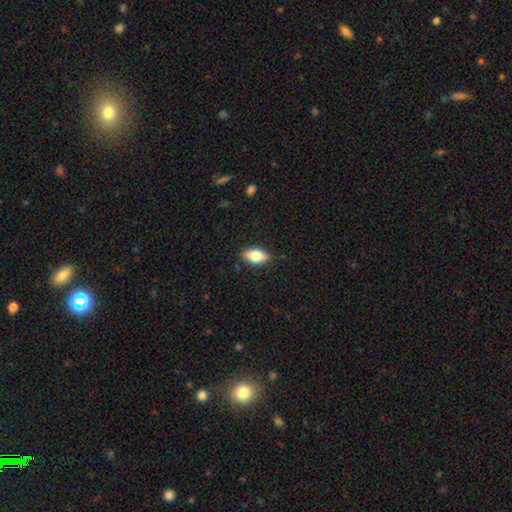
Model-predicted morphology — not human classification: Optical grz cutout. It shows a smooth galaxy with no disk features (75%) that is in between round and cigar-shaped (87%). Merging: none (87%).